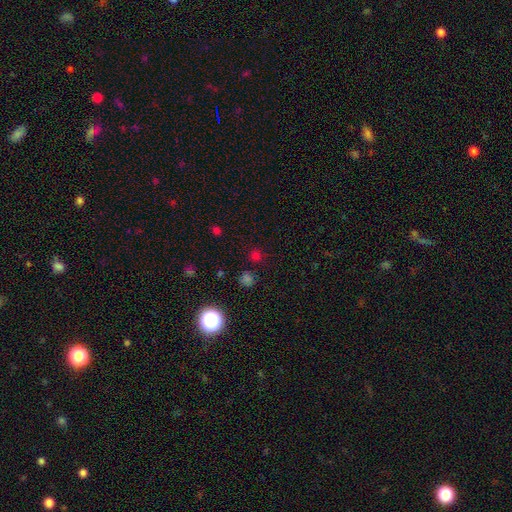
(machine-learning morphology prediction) Q: Smooth or featured?
A: smooth (55%); runner-up: star or artifact (40%)
Q: How rounded?
A: round (88%); runner-up: in between (11%)
Q: Merging?
A: none (80%); runner-up: minor disturbance (10%)